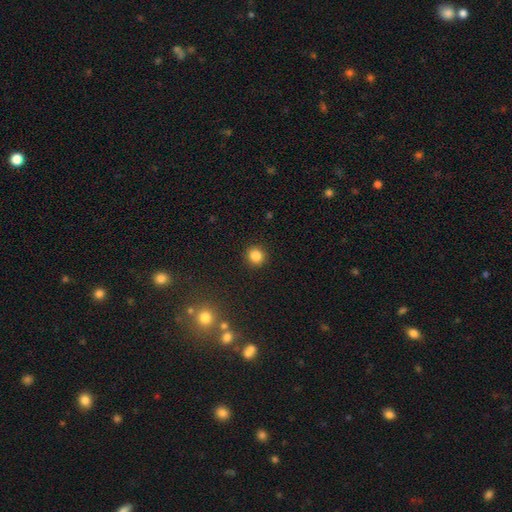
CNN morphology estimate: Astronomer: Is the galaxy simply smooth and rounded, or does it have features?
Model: smooth — 84%.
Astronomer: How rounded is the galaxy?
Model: round — 90%.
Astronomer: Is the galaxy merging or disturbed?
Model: none — 91%.